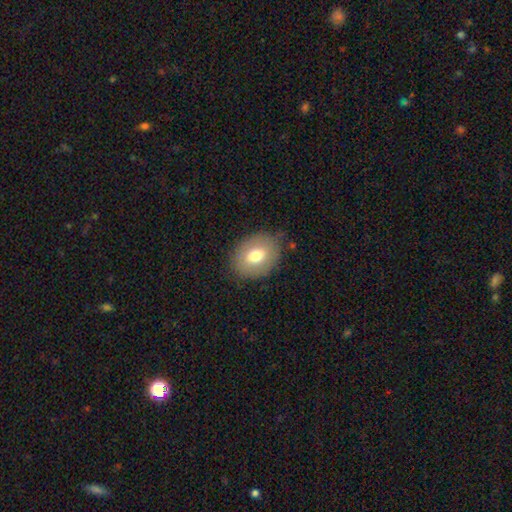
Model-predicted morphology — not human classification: type=smooth (70%); roundness=in between (63%); merging=none (79%).